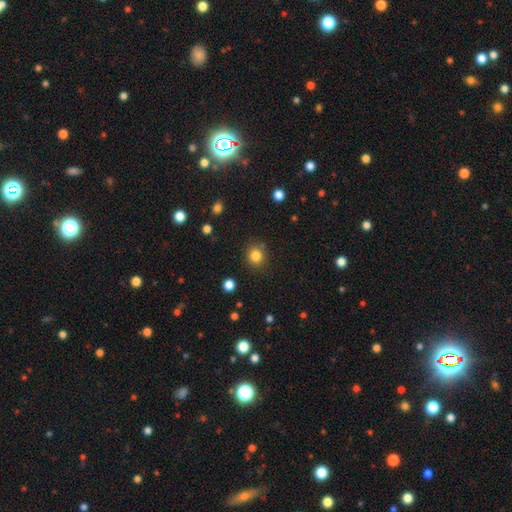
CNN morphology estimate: This appears to be a smooth galaxy with no disk features (83%) that is round (84%). Merging: none (84%).